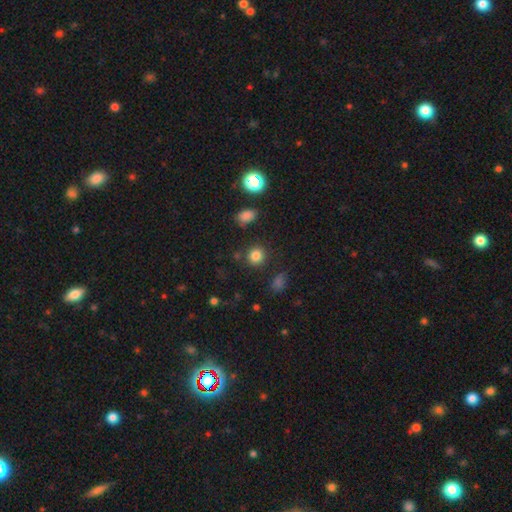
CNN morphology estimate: This is clearly a smooth galaxy (82%). How rounded: clearly round (85%). Merging: clearly none (85%).